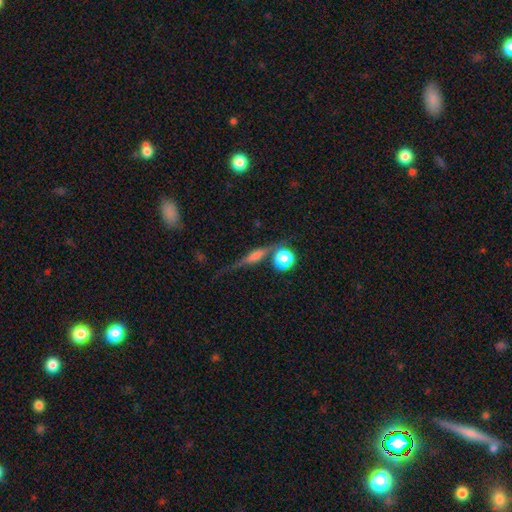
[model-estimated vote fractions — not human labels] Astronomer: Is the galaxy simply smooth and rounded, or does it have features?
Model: featured or disk — 64%.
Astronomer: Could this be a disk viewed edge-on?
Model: yes — 93%.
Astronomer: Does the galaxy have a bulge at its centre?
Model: rounded — 70%.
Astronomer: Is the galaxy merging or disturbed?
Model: none — 71%.